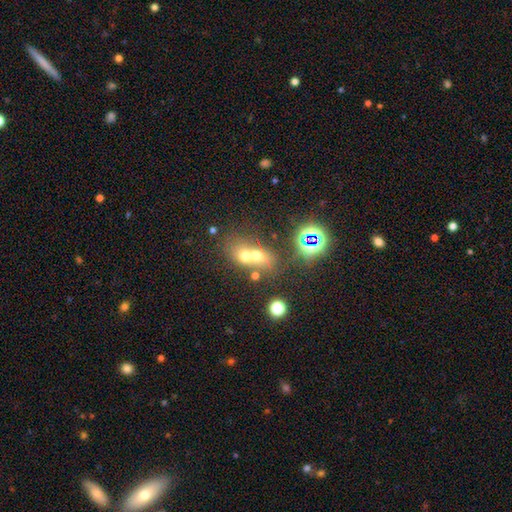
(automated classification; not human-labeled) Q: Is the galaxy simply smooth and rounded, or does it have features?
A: smooth — 54%.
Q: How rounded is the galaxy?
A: round — 51%.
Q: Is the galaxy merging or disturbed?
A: merger — 61%.